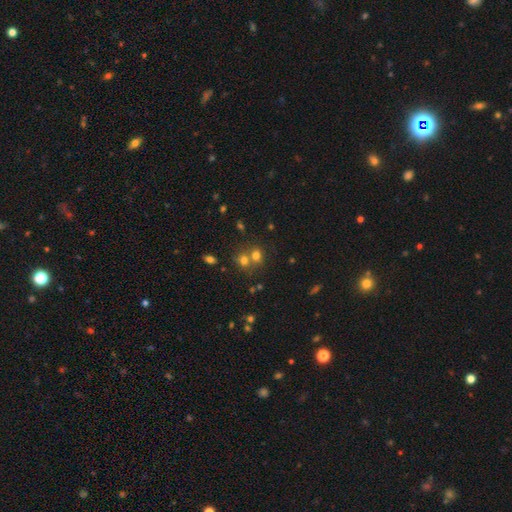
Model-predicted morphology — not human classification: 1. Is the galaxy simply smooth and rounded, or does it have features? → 68% smooth, 19% star or artifact, 12% featured or disk.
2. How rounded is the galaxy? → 65% round, 34% in between, 1% cigar-shaped.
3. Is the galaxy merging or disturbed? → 49% merger, 41% none, 7% minor disturbance, 3% major disturbance.